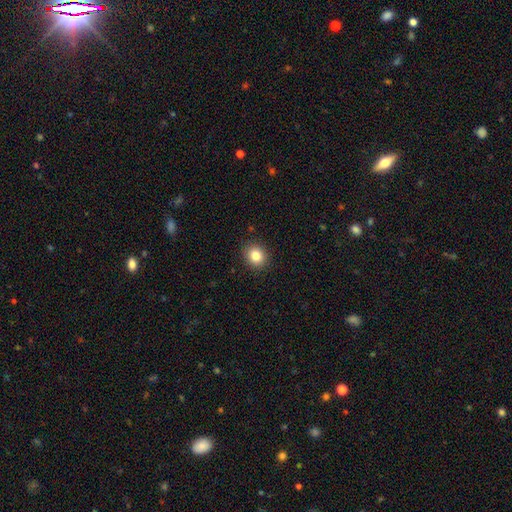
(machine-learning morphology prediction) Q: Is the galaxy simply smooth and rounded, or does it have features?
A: smooth — 84%.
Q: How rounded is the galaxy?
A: round — 72%.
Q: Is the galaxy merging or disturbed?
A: none — 90%.